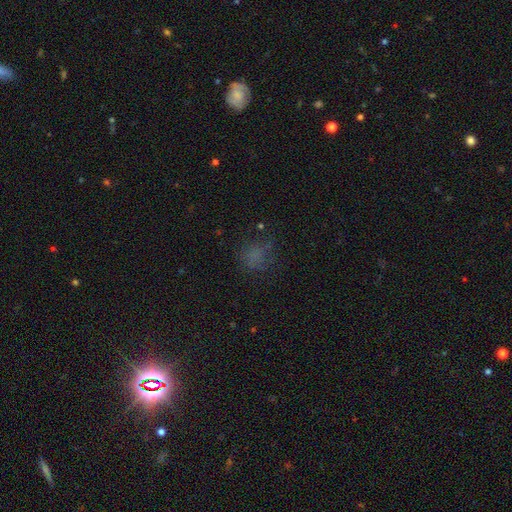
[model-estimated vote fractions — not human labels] Smooth or featured? smooth (60%)
How rounded? round (74%)
Merging? none (66%)